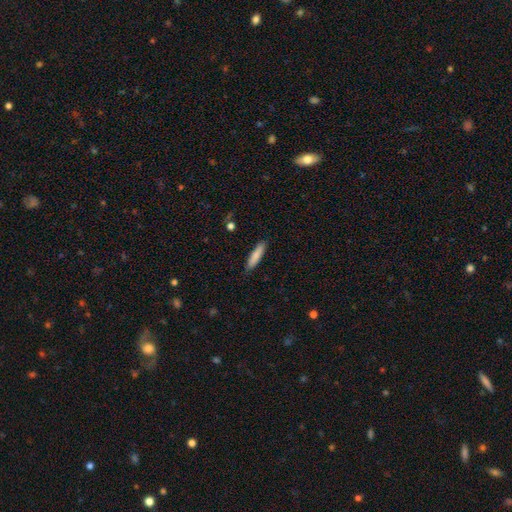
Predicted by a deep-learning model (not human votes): smooth 84%, featured or disk 10%, star or artifact 6%. Down the decision tree: how rounded — cigar-shaped (81%); merging — none (88%).